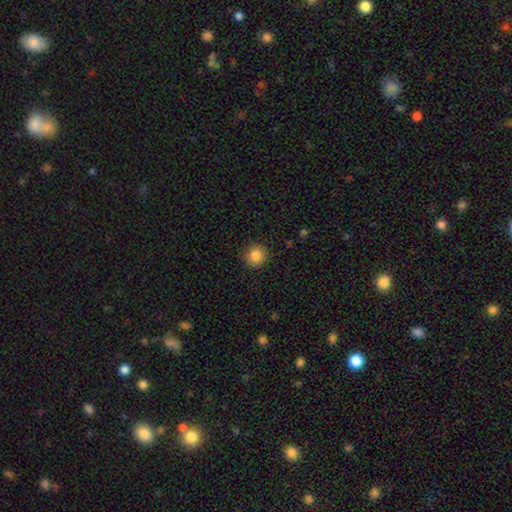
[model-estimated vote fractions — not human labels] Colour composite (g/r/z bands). It shows a smooth galaxy with no disk features (86%) that is round (93%). Merging: none (91%).